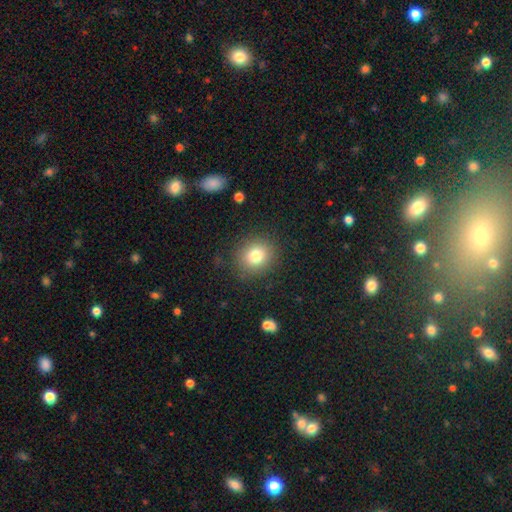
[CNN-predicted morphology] Smooth or featured: smooth — 79% (star or artifact — 12%)
How rounded: round — 83% (in between — 16%)
Merging: none — 87% (minor disturbance — 8%)